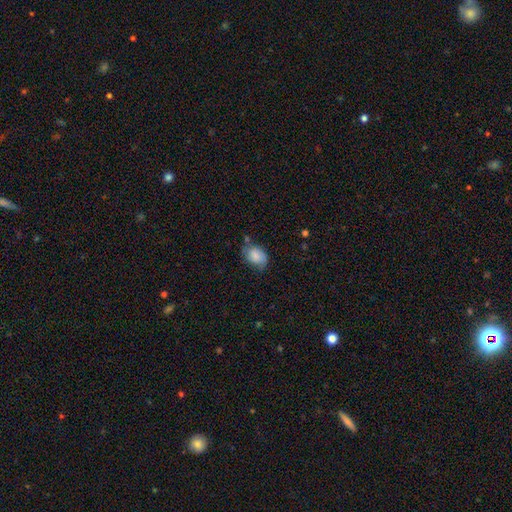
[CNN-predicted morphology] The model was most divided on "merging": none: 53%, minor disturbance: 32%, major disturbance: 10%, merger: 5%. More confident: smooth or featured — smooth (76%); how rounded — in between (74%).